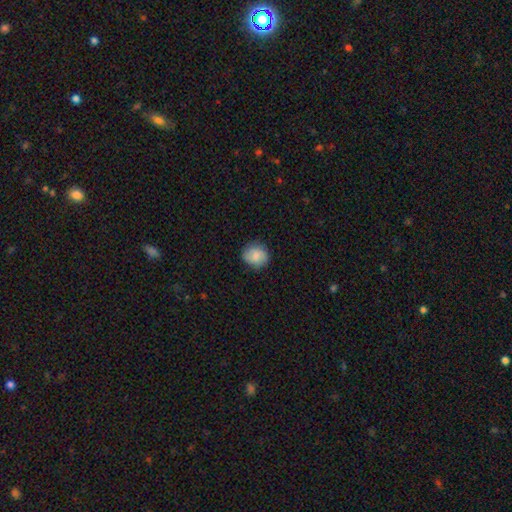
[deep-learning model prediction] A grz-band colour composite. It shows a smooth galaxy with no disk features (84%) that is round (78%). Merging: none (83%).